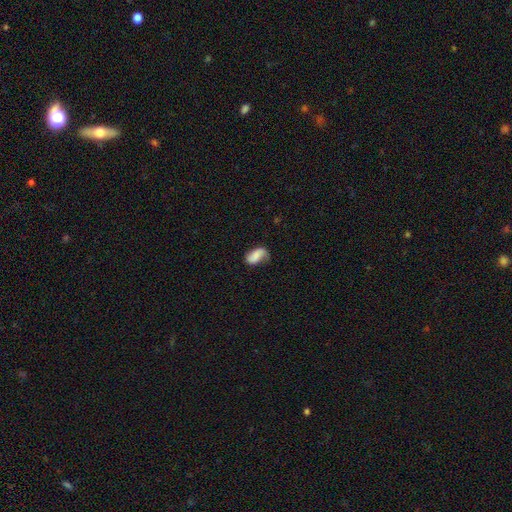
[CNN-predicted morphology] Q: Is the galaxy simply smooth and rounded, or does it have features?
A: smooth — 65%.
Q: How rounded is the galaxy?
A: in between — 90%.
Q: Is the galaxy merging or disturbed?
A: none — 50%.